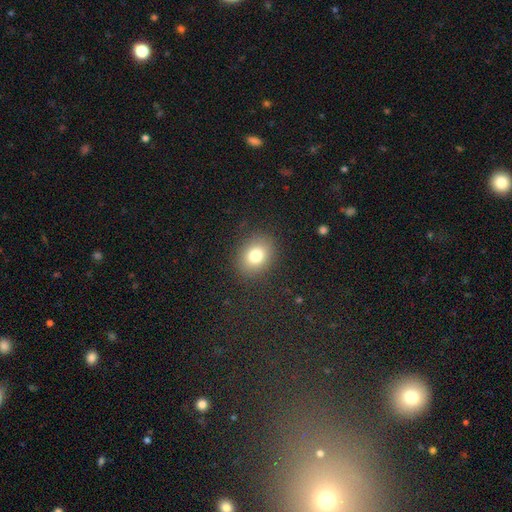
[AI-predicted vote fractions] smooth-or-featured: smooth: 78% | star or artifact: 12% | featured or disk: 11%
  how-rounded: round: 56% | in between: 43% | cigar-shaped: 1%
  merging: none: 87% | minor disturbance: 8% | major disturbance: 4% | merger: 1%